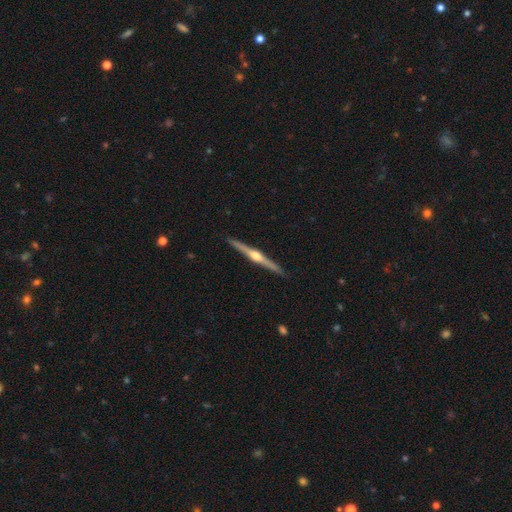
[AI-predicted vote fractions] This appears to be a featured or disk galaxy (81%) viewed edge-on (99%) with a rounded central bulge (94%). Merging: none (92%).